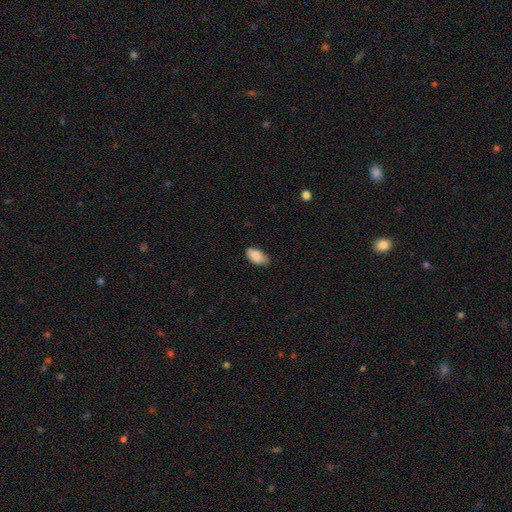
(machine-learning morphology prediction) Smooth or featured? Predicted: smooth (p=0.88). How rounded? Predicted: in between (p=0.94). Merging? Predicted: none (p=0.75).